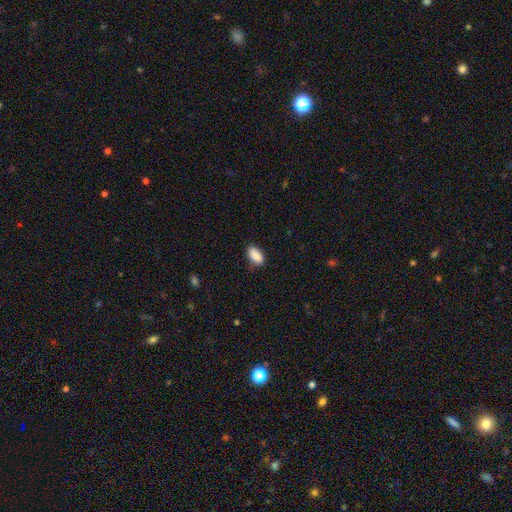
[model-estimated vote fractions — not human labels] smooth-or-featured: smooth: 89% | star or artifact: 7% | featured or disk: 4%
  how-rounded: in between: 92% | round: 4% | cigar-shaped: 4%
  merging: none: 79% | minor disturbance: 17% | major disturbance: 3% | merger: 1%